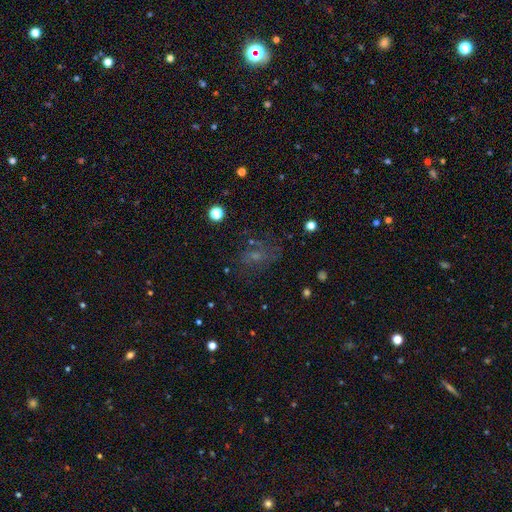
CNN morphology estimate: smooth_or_featured: star or artifact (p=0.35) [alt: smooth p=0.33]